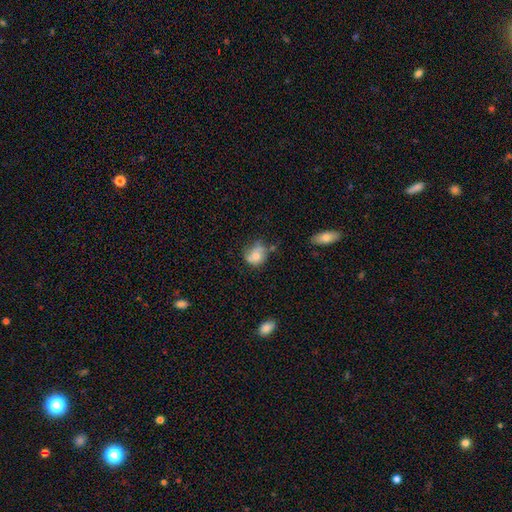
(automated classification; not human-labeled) This is likely a smooth galaxy (62%). How rounded: possibly round (58%). Merging: marginally none (43%).